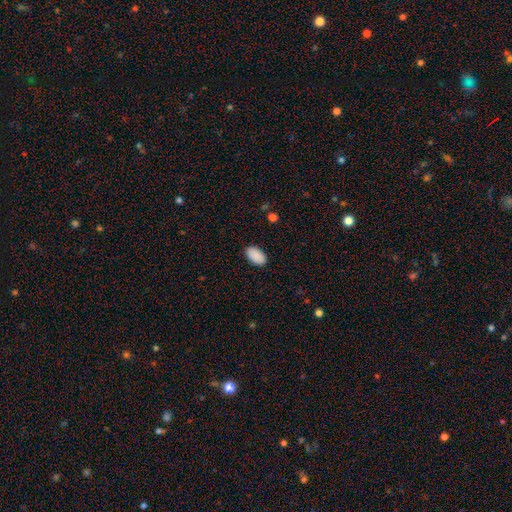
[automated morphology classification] Q: Smooth or featured?
A: smooth (91%); runner-up: star or artifact (6%)
Q: How rounded?
A: in between (95%); runner-up: round (3%)
Q: Merging?
A: none (89%); runner-up: minor disturbance (8%)